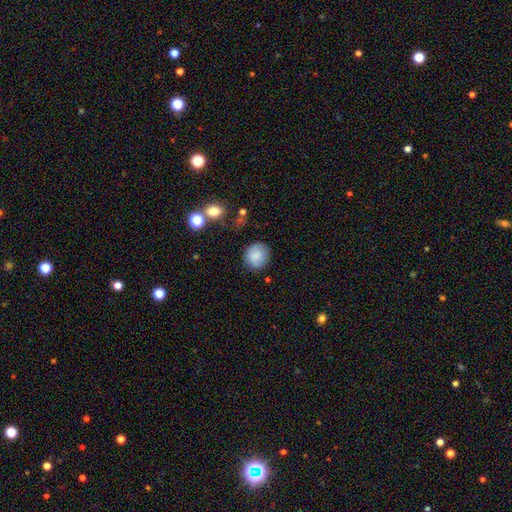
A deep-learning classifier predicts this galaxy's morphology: The model was most divided on "merging": none: 75%, minor disturbance: 18%, major disturbance: 5%, merger: 2%. More confident: how rounded — round (83%); smooth or featured — smooth (82%).